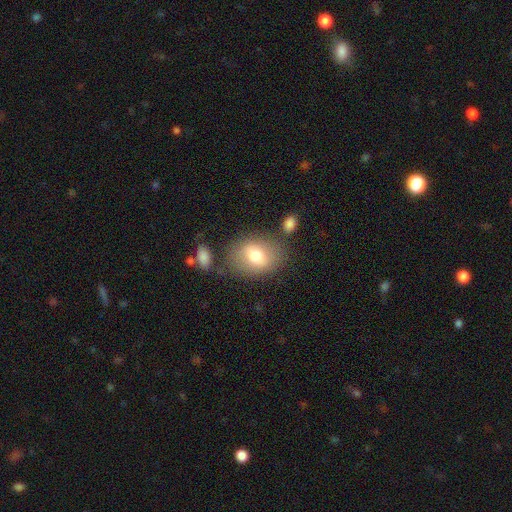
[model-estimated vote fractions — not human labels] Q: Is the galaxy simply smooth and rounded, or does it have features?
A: smooth — 70%.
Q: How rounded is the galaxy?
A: in between — 66%.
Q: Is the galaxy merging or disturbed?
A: none — 70%.